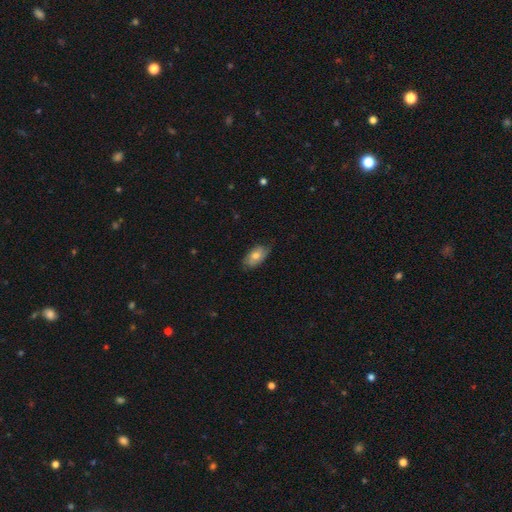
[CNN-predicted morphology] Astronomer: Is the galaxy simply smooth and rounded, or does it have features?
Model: smooth — 71%.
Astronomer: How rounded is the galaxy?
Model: in between — 91%.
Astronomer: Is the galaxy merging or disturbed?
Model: none — 73%.